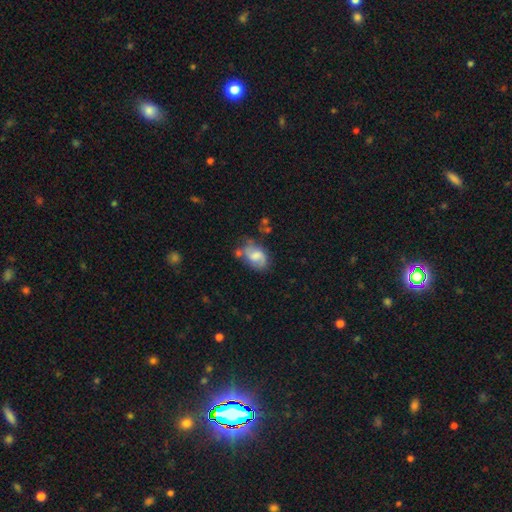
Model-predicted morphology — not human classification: smooth_or_featured: featured or disk (p=0.54) [alt: smooth p=0.38]
disk_edge_on: no (p=0.97) [alt: yes p=0.03]
bar: weak (p=0.45) [alt: no p=0.44]
has_spiral_arms: yes (p=0.82) [alt: no p=0.18]
bulge_size: moderate (p=0.34) [alt: none p=0.22]
merging: none (p=0.49) [alt: minor disturbance p=0.27]